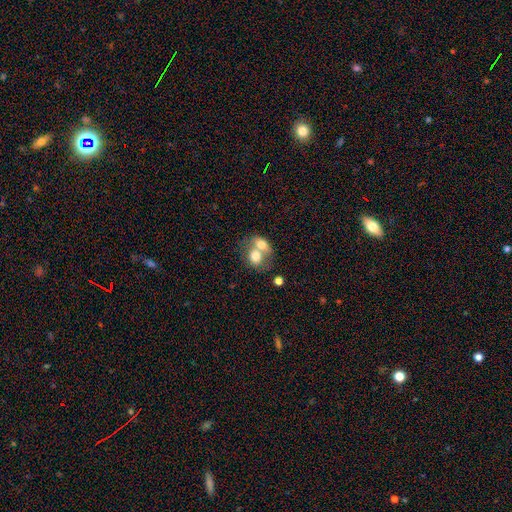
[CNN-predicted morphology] This appears to be a smooth galaxy with no disk features (70%) that is in between round and cigar-shaped (50%). Merging: merger (74%).